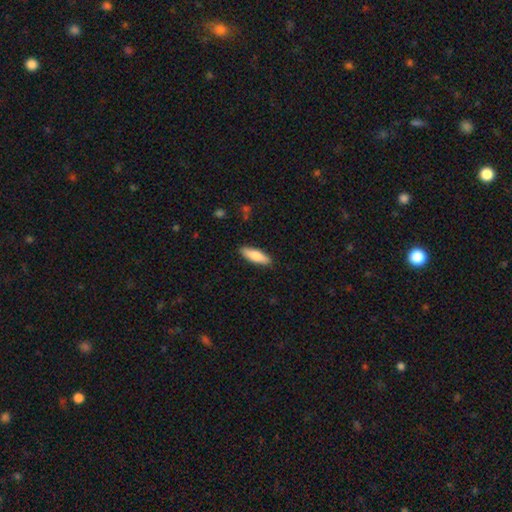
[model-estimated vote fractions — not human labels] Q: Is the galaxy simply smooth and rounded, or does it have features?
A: smooth — 78%.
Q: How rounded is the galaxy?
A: cigar-shaped — 51%.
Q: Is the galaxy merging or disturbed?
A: none — 89%.